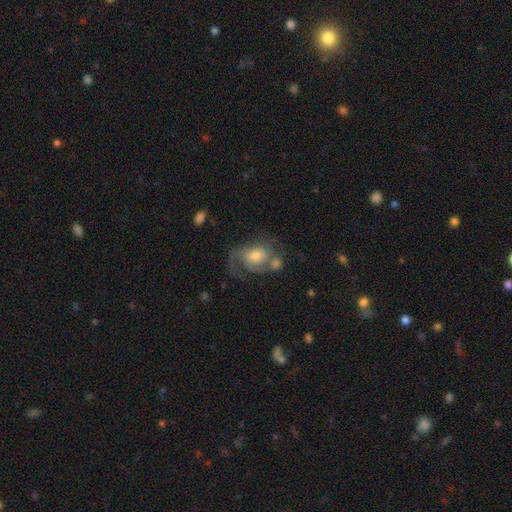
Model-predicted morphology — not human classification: A featured or disk galaxy (71%) with no bar (70%), 2 (44%) medium (45%) spiral arms (87%) and a moderate central bulge (56%). Merging: none (39%).